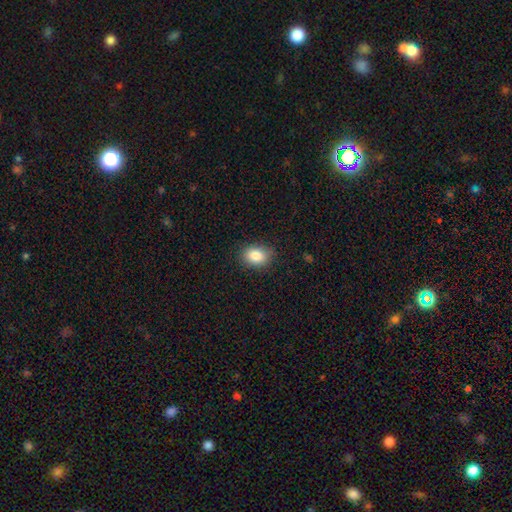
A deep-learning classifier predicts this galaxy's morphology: The model was most divided on "how rounded": in between: 67%, round: 32%, cigar-shaped: 1%. More confident: merging — none (86%); smooth or featured — smooth (85%).